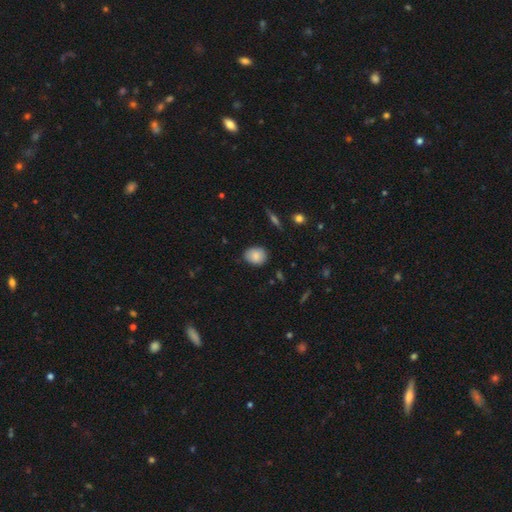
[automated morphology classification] smooth-or-featured: smooth: 86% | star or artifact: 8% | featured or disk: 7%
  how-rounded: in between: 53% | round: 46% | cigar-shaped: 1%
  merging: none: 83% | minor disturbance: 14% | major disturbance: 2% | merger: 1%